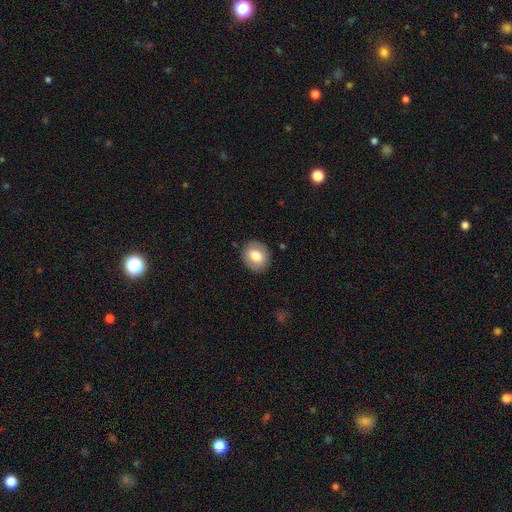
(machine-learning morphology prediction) smooth-or-featured: smooth: 77% | featured or disk: 15% | star or artifact: 8%
  how-rounded: round: 64% | in between: 35% | cigar-shaped: 1%
  merging: none: 88% | minor disturbance: 9% | major disturbance: 2% | merger: 1%